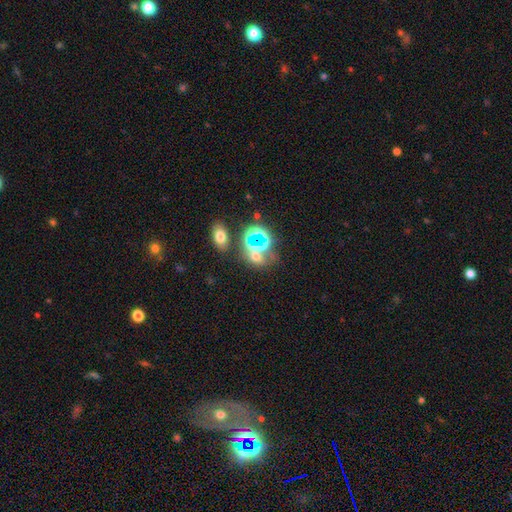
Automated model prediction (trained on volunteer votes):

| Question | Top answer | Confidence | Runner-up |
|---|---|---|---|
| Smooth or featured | smooth | 47% | star or artifact (40%) |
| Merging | none | 52% | merger (29%) |